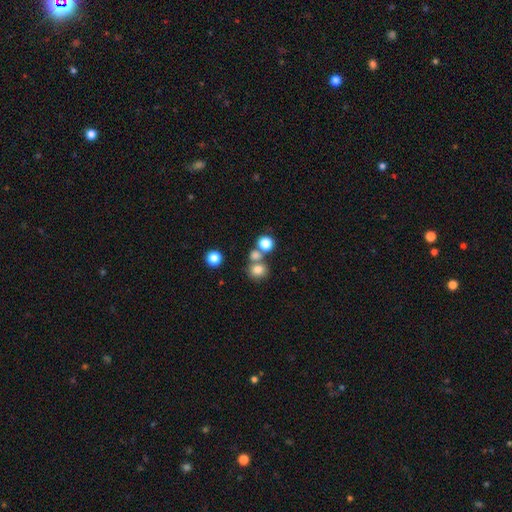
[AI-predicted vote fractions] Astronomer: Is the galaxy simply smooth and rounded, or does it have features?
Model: smooth — 75%.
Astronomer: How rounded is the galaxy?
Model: round — 77%.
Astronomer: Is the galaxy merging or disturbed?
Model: none — 56% (runner-up: merger, 32%).